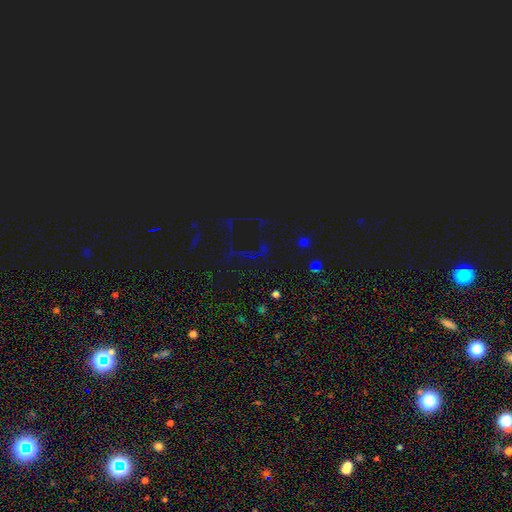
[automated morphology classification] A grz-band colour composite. It shows a star or artifact, not a galaxy (76%).